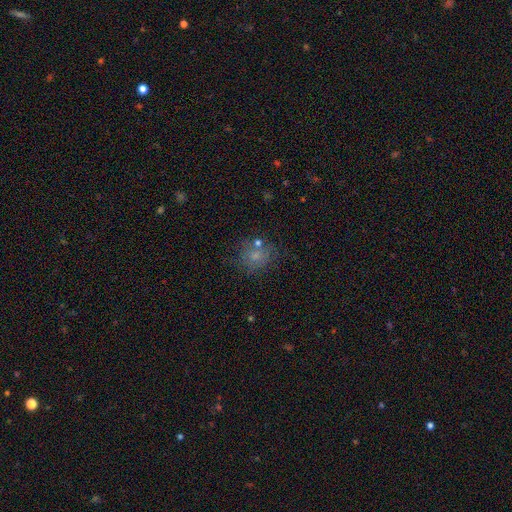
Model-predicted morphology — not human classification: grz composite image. It shows a smooth galaxy with no disk features (64%) that is round (79%). Merging: none (65%).